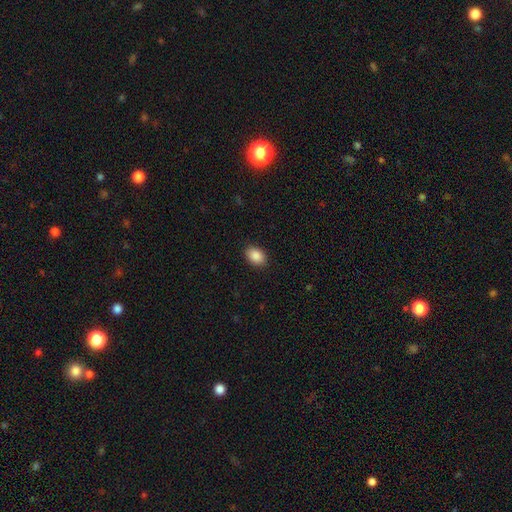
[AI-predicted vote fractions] A smooth galaxy with no disk features (89%) that is in between round and cigar-shaped (81%).

Vote fractions:
- Smooth or featured? smooth: 89% / star or artifact: 8% / featured or disk: 4%
- How rounded? in between: 81% / round: 18% / cigar-shaped: 1%
- Merging? none: 89% / minor disturbance: 8% / major disturbance: 2% / merger: 1%